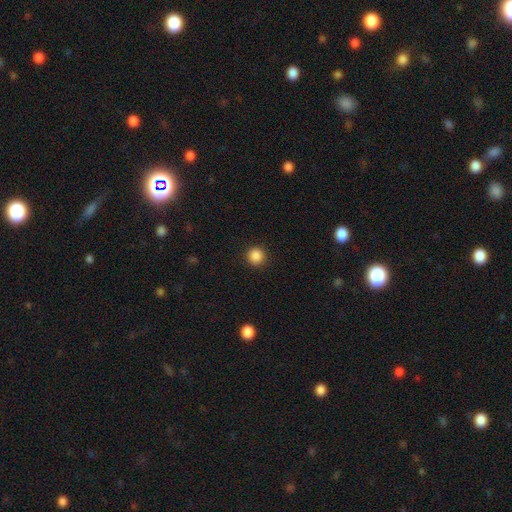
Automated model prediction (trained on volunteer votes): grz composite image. It shows a smooth galaxy with no disk features (87%) that is round (95%). Merging: none (92%).